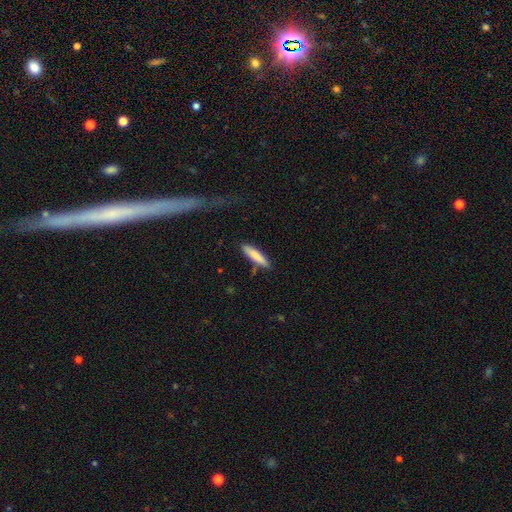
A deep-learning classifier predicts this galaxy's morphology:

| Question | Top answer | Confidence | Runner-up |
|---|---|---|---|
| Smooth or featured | smooth | 81% | featured or disk (13%) |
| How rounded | cigar-shaped | 84% | in between (15%) |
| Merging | none | 82% | minor disturbance (12%) |